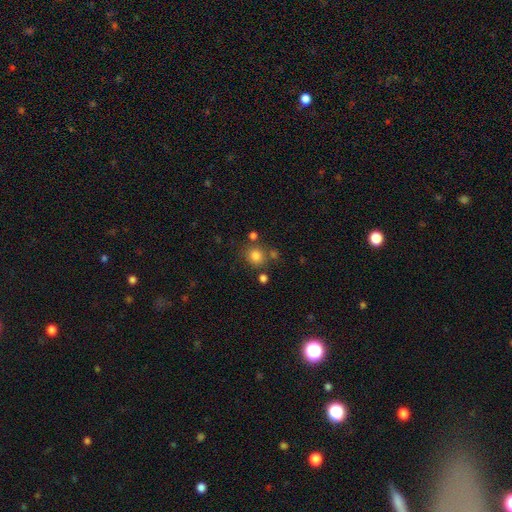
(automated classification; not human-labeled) smooth 80%, star or artifact 13%, featured or disk 6%. Down the decision tree: how rounded — round (80%); merging — none (73%).